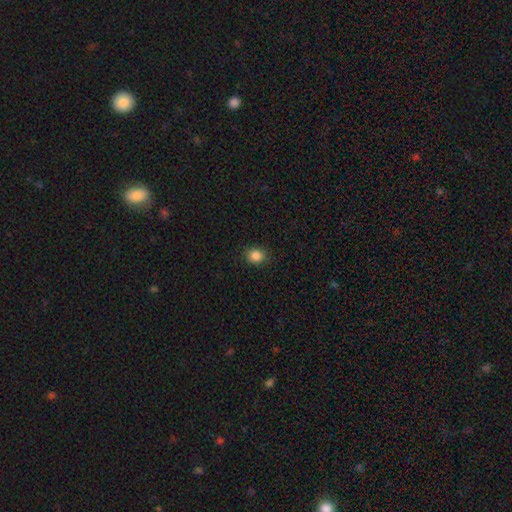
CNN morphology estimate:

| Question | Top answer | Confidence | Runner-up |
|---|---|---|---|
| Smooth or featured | smooth | 85% | star or artifact (11%) |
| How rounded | round | 69% | in between (31%) |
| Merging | none | 89% | minor disturbance (8%) |